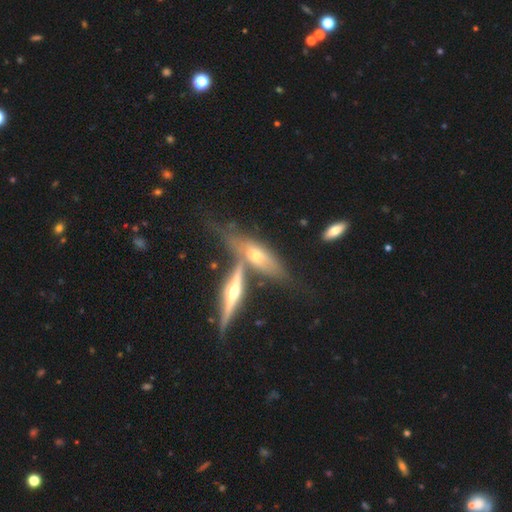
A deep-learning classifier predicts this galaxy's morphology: This is likely a featured or disk galaxy (64%). It is clearly viewed edge-on (85%). Edge-on bulge: clearly rounded (92%). Merging: marginally none (44%).